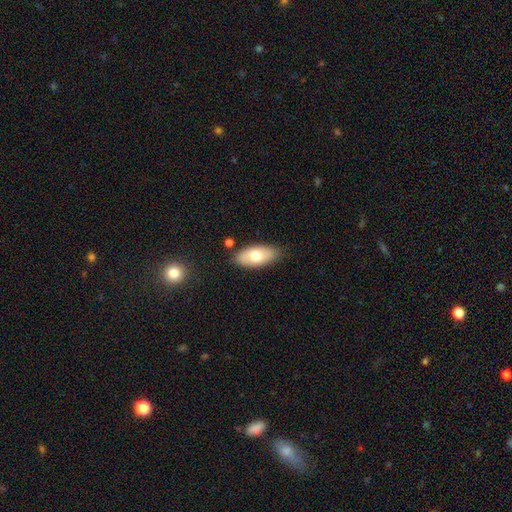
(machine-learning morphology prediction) This appears to be a smooth galaxy with no disk features (71%) that is in between round and cigar-shaped (89%). Merging: none (80%).